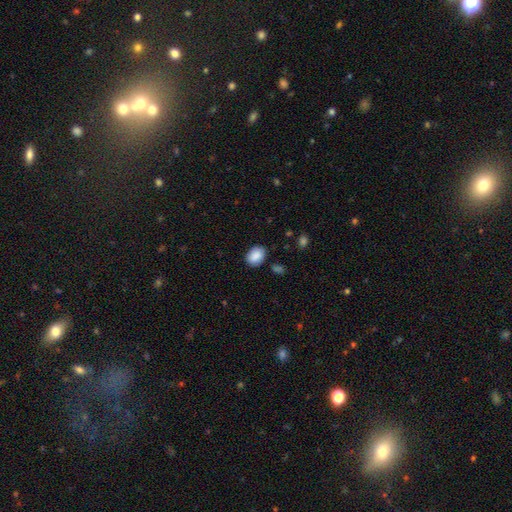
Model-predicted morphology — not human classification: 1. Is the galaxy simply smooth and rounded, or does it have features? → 88% smooth, 7% star or artifact, 5% featured or disk.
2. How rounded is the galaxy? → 69% in between, 30% round, 1% cigar-shaped.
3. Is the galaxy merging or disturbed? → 83% none, 12% minor disturbance, 3% major disturbance, 2% merger.